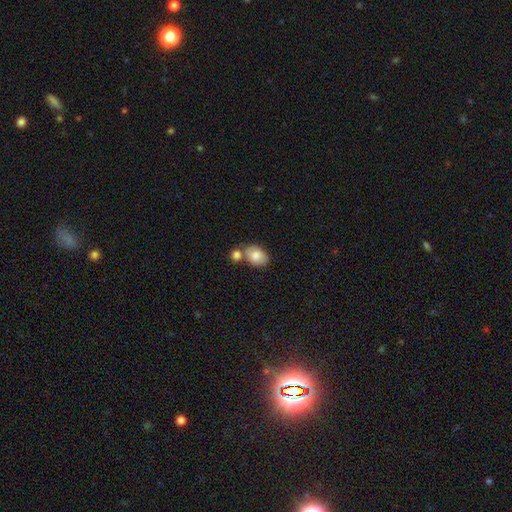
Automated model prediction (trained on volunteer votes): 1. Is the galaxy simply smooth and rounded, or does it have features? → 82% smooth, 10% featured or disk, 7% star or artifact.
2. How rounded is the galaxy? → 77% in between, 22% round, 1% cigar-shaped.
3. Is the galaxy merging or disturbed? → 49% none, 34% merger, 13% minor disturbance, 4% major disturbance.